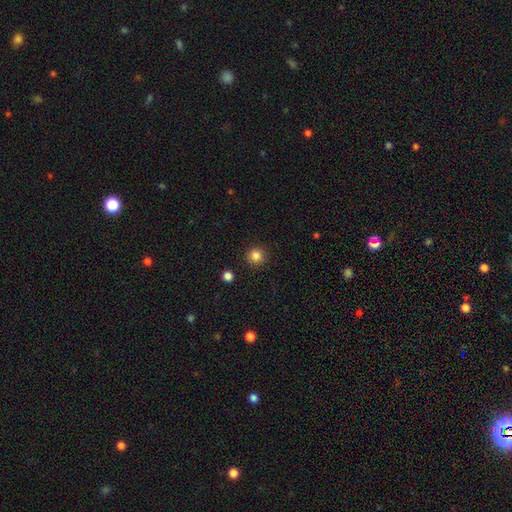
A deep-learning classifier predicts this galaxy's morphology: smooth_or_featured: smooth (p=0.84) [alt: star or artifact p=0.12]
how_rounded: round (p=0.95) [alt: in between p=0.05]
merging: none (p=0.91) [alt: minor disturbance p=0.05]